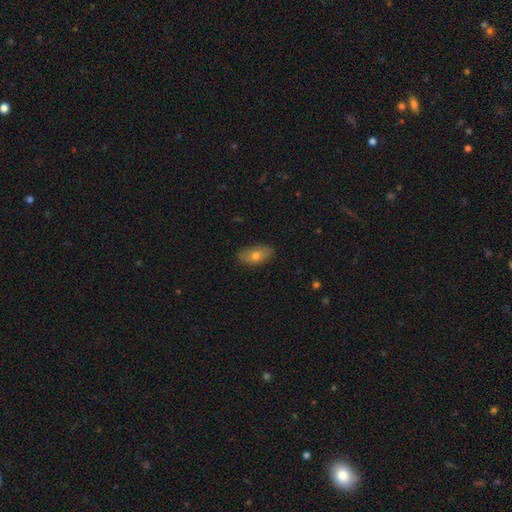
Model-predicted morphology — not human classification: Smooth or featured?
  - smooth: 64% *
  - featured or disk: 27%
  - star or artifact: 9%
How rounded?
  - in between: 87% *
  - cigar-shaped: 7%
  - round: 6%
Merging?
  - none: 82% *
  - minor disturbance: 15%
  - major disturbance: 3%
  - merger: 1%